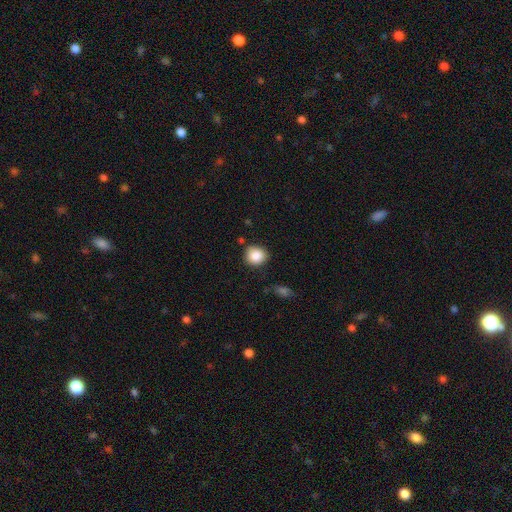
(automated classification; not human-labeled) smooth 87%, star or artifact 9%, featured or disk 4%. Down the decision tree: how rounded — round (86%); merging — none (81%).